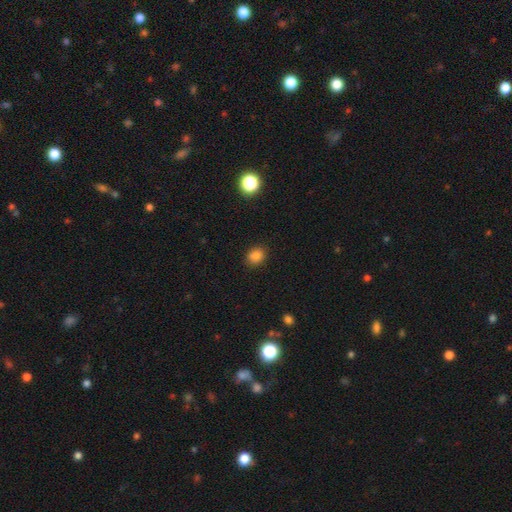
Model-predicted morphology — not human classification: This appears to be a smooth galaxy with no disk features (83%) that is round (57%). Merging: none (84%).